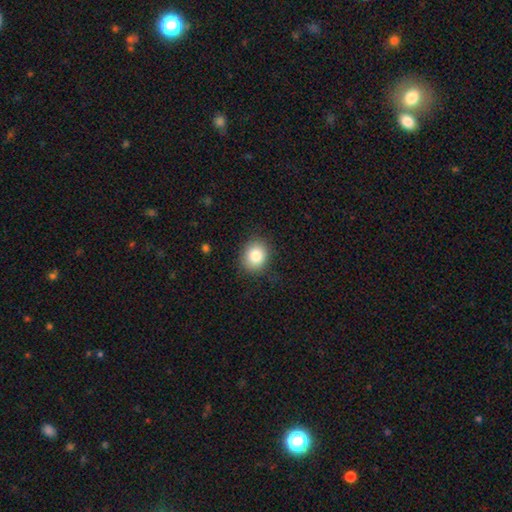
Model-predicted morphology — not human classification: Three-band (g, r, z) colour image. It shows a smooth galaxy with no disk features (82%) that is round (66%). Merging: none (84%).